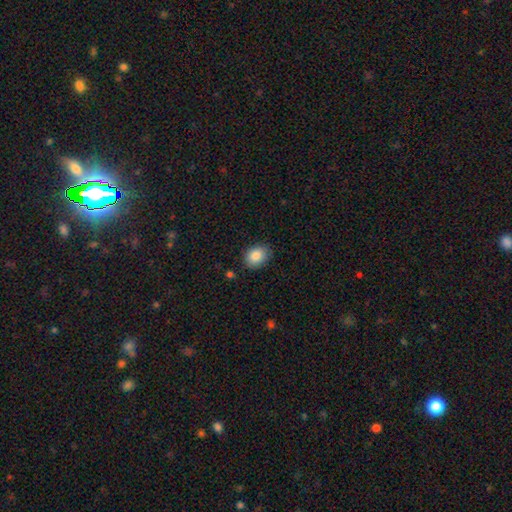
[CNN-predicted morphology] smooth-or-featured: smooth: 86% | star or artifact: 8% | featured or disk: 6%
  how-rounded: in between: 62% | round: 37% | cigar-shaped: 1%
  merging: none: 83% | minor disturbance: 13% | major disturbance: 3% | merger: 2%